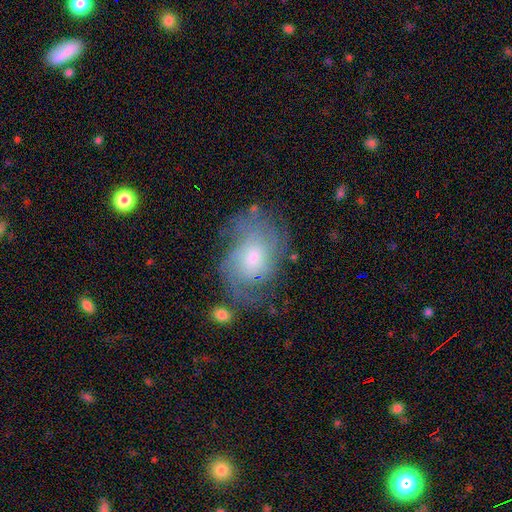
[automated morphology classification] Smooth or featured?
  - featured or disk: 68% *
  - smooth: 21%
  - star or artifact: 10%
Edge-on disk?
  - no: 97% *
  - yes: 3%
Bar?
  - no: 71% *
  - weak: 26%
  - strong: 4%
Spiral arms?
  - yes: 88% *
  - no: 12%
Spiral winding?
  - tight: 51% *
  - medium: 35%
  - loose: 14%
Spiral arm count?
  - can't tell: 49% *
  - 2: 18%
  - 3: 14%
  - 4: 8%
  - 1: 6%
  - more than 4: 5%
Bulge size?
  - moderate: 53% *
  - small: 34%
  - large: 9%
  - none: 3%
  - dominant: 1%
Merging?
  - none: 62% *
  - minor disturbance: 22%
  - major disturbance: 13%
  - merger: 3%